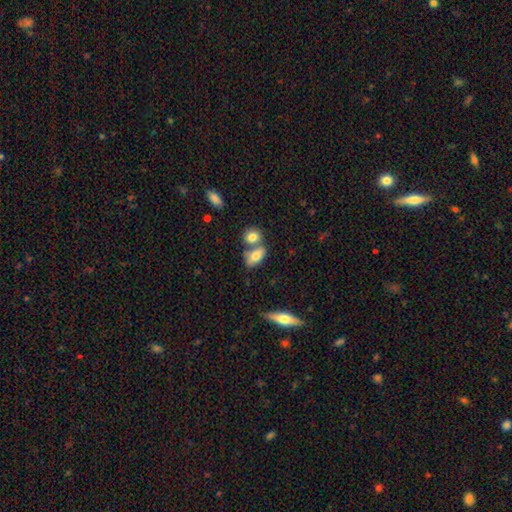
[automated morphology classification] A smooth galaxy with no disk features (73%) that is in between round and cigar-shaped (82%).

Vote fractions:
- Smooth or featured? smooth: 73% / featured or disk: 19% / star or artifact: 8%
- How rounded? in between: 82% / round: 9% / cigar-shaped: 8%
- Merging? none: 43% / merger: 40% / minor disturbance: 12% / major disturbance: 5%